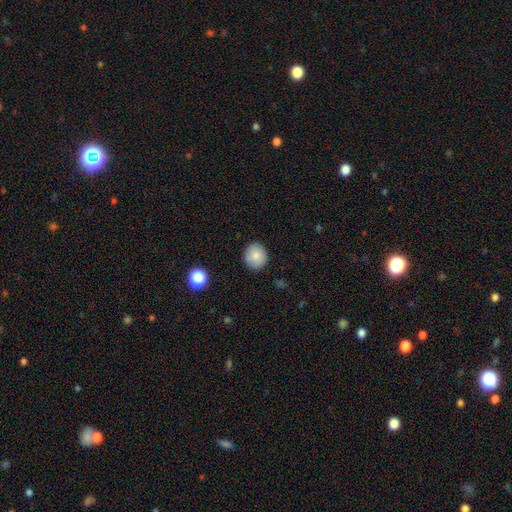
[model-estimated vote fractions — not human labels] smooth-or-featured: smooth: 82% | featured or disk: 9% | star or artifact: 9%
  how-rounded: round: 83% | in between: 16% | cigar-shaped: 1%
  merging: none: 89% | minor disturbance: 8% | major disturbance: 2% | merger: 1%